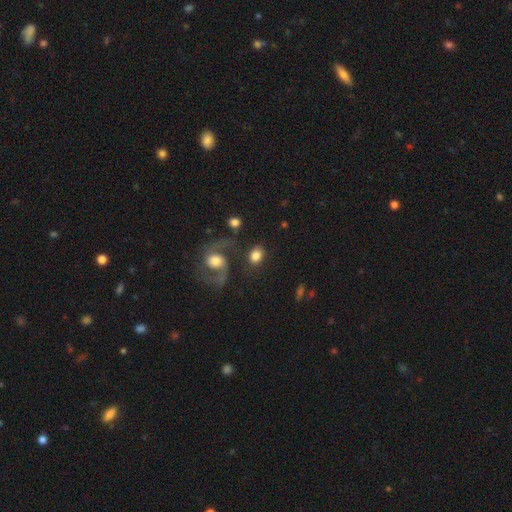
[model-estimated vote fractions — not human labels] A smooth galaxy with no disk features (75%) that is in between round and cigar-shaped (55%).

Vote fractions:
- Smooth or featured? smooth: 75% / featured or disk: 17% / star or artifact: 8%
- How rounded? in between: 55% / round: 43% / cigar-shaped: 1%
- Merging? none: 68% / minor disturbance: 13% / merger: 11% / major disturbance: 9%